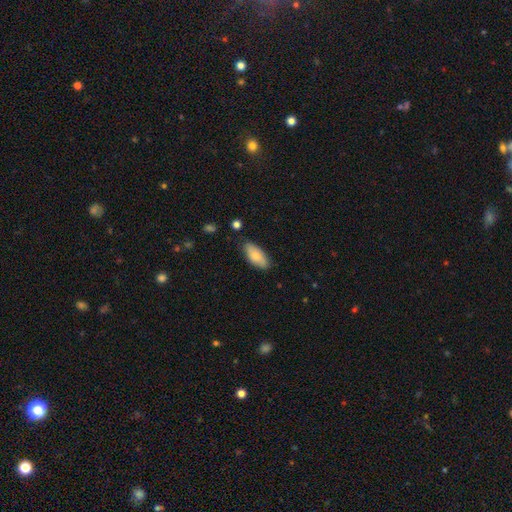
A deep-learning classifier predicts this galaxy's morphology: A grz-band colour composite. It shows a smooth galaxy with no disk features (81%) that is in between round and cigar-shaped (87%). Merging: none (81%).